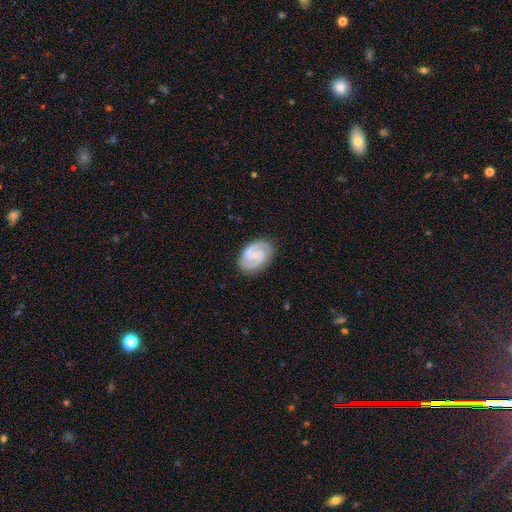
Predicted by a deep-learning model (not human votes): Morphology: type=featured or disk (79%); edge-on=no (98%); bar=weak (45%, tied with no); spiral arms=yes (96%); winding=medium (49%); arm count=2 (85%); bulge=small (47%); merging=none (82%).